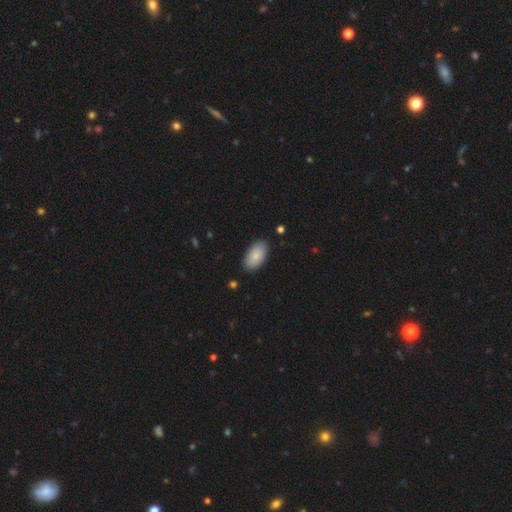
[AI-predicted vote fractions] A smooth galaxy with no disk features (85%) that is in between round and cigar-shaped (95%). Merging: none (87%).